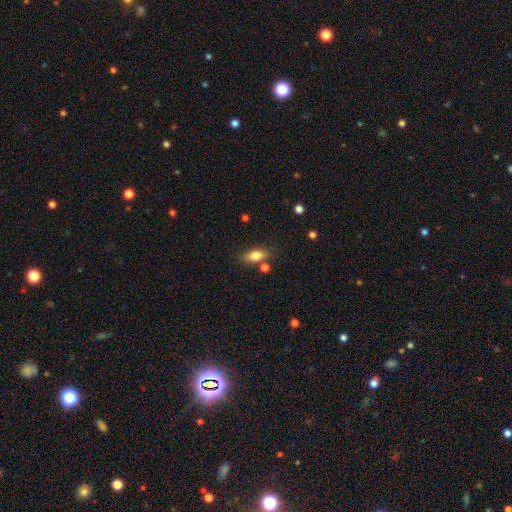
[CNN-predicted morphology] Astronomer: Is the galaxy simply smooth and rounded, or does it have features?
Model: smooth — 79%.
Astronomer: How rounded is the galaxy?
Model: in between — 82%.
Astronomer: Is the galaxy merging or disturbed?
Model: none — 74%.